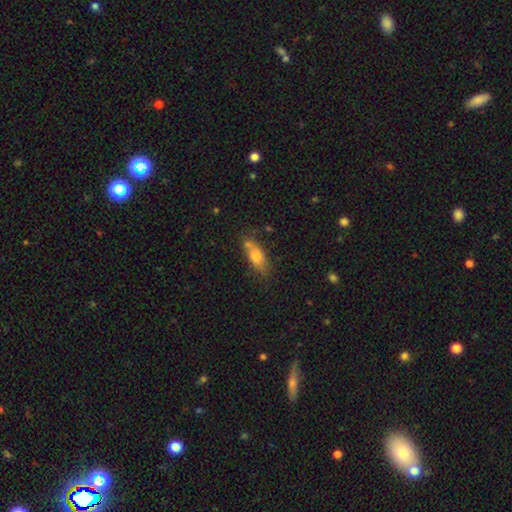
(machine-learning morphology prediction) A smooth galaxy with no disk features (74%) that is in between round and cigar-shaped (67%). Merging: none (59%).